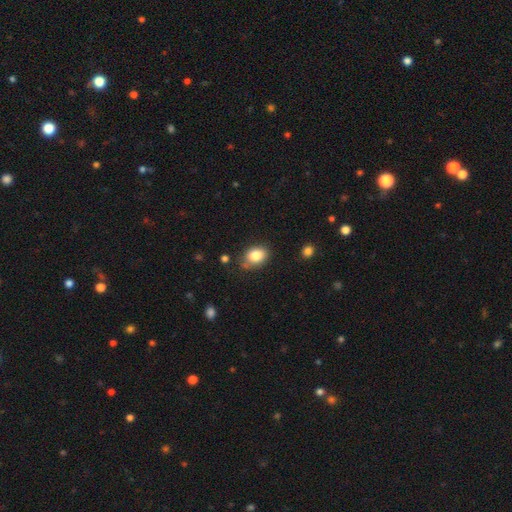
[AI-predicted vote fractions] Smooth or featured? smooth (83%)
How rounded? in between (70%)
Merging? none (72%)